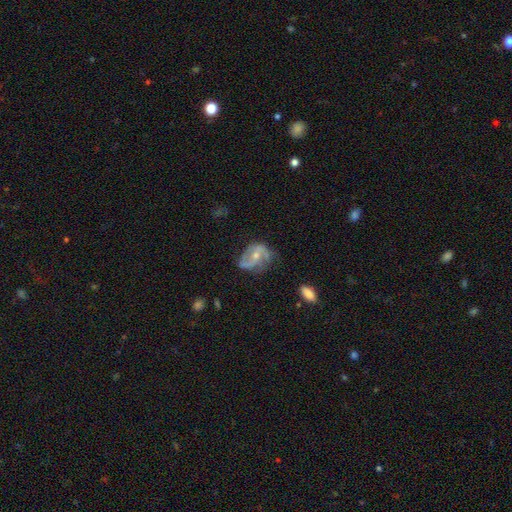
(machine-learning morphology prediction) featured or disk 79%, smooth 14%, star or artifact 7%. Down the decision tree: edge-on disk — no (97%); bar — no (44%); spiral arms — yes (91%); spiral arm count — 2 (81%); spiral winding — medium (43%); bulge size — small (48%, tied with moderate); merging — none (56%).